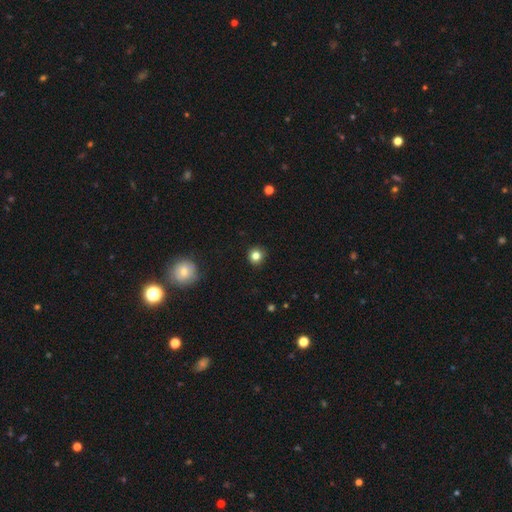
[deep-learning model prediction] This appears to be a smooth galaxy with no disk features (83%) that is round (92%). Merging: none (91%).